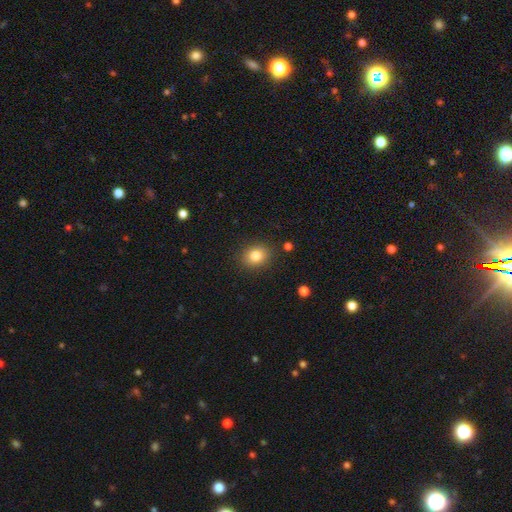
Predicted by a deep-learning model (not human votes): The model was most divided on "how rounded": round: 62%, in between: 37%, cigar-shaped: 1%. More confident: merging — none (88%); smooth or featured — smooth (82%).